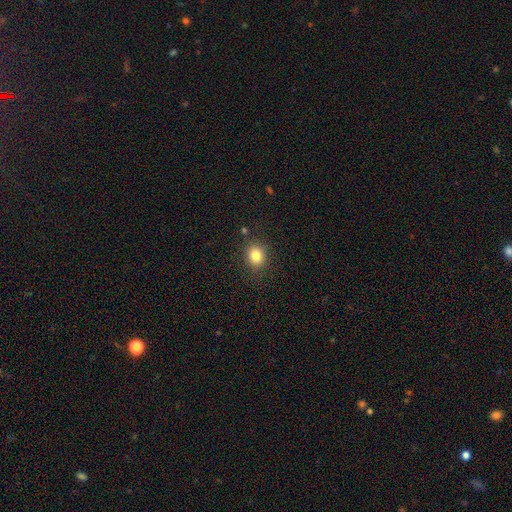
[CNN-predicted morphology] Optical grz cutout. It shows a smooth galaxy with no disk features (82%) that is round (68%). Merging: none (85%).